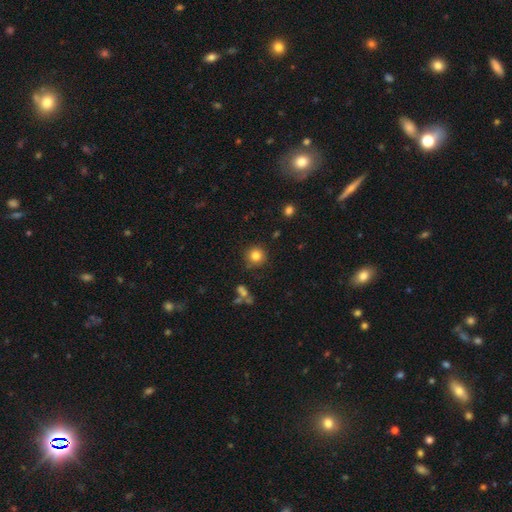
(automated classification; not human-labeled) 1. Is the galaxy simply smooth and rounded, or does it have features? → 83% smooth, 11% star or artifact, 6% featured or disk.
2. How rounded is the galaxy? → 93% round, 6% in between, 1% cigar-shaped.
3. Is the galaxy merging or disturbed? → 85% none, 9% minor disturbance, 3% merger, 3% major disturbance.